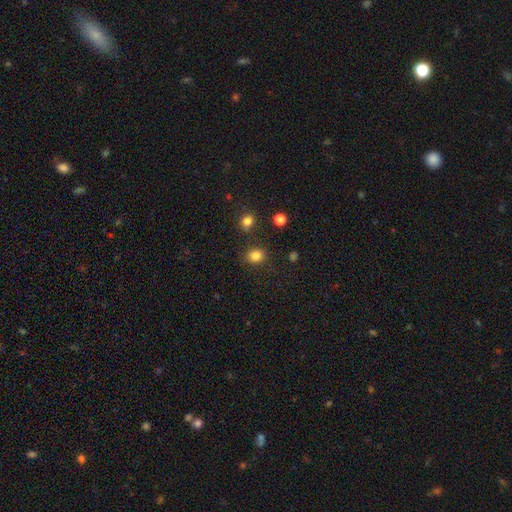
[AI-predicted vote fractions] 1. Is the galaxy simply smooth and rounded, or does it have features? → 83% smooth, 12% star or artifact, 5% featured or disk.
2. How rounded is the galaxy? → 70% round, 29% in between, 1% cigar-shaped.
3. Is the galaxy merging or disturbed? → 83% none, 10% minor disturbance, 4% merger, 3% major disturbance.